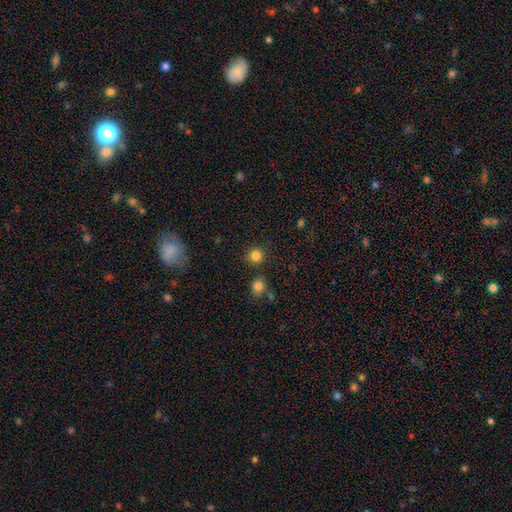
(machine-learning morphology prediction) Smooth or featured? Predicted: smooth (p=0.83). How rounded? Predicted: round (p=0.89). Merging? Predicted: none (p=0.81).